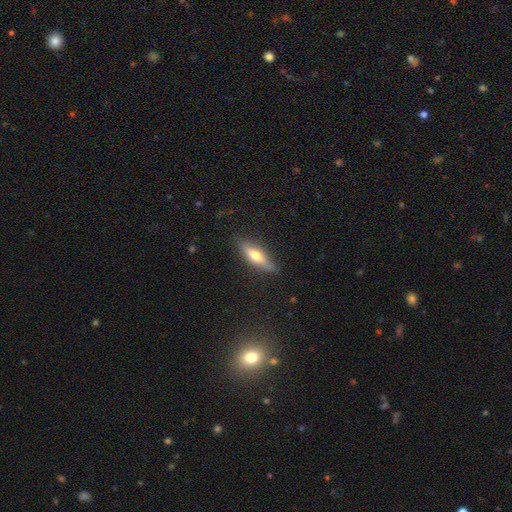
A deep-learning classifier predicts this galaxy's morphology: type=featured or disk (48%); merging=none (82%).